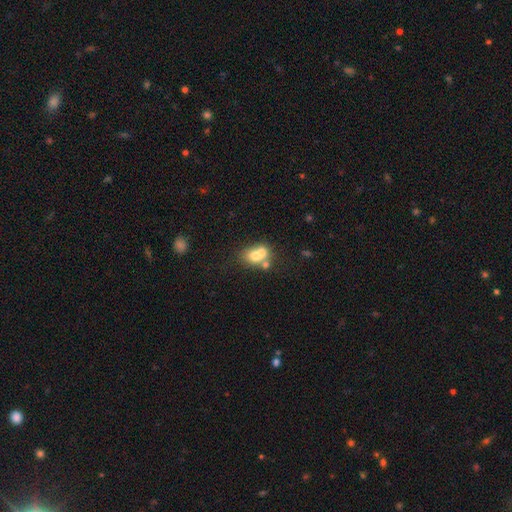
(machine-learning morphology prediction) This appears to be a smooth galaxy with no disk features (65%) that is round (56%). Merging: merger (62%).